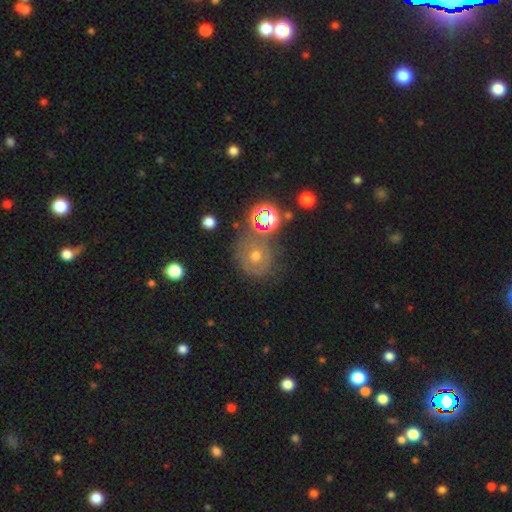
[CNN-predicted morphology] smooth-or-featured: smooth: 47% | featured or disk: 29% | star or artifact: 24%
  merging: none: 65% | minor disturbance: 17% | merger: 9% | major disturbance: 9%